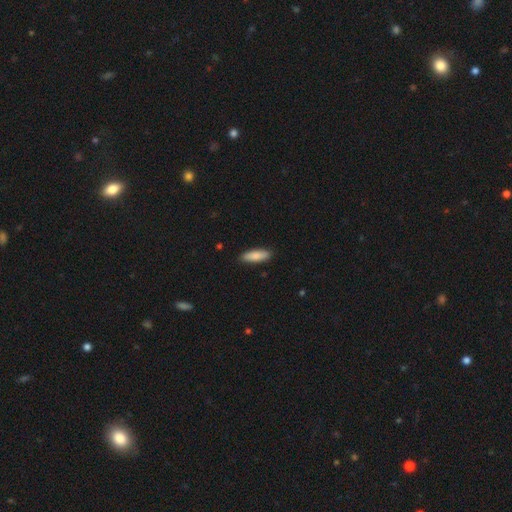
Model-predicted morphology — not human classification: smooth_or_featured: smooth (p=0.85) [alt: featured or disk p=0.09]
how_rounded: in between (p=0.52) [alt: cigar-shaped p=0.46]
merging: none (p=0.88) [alt: minor disturbance p=0.09]